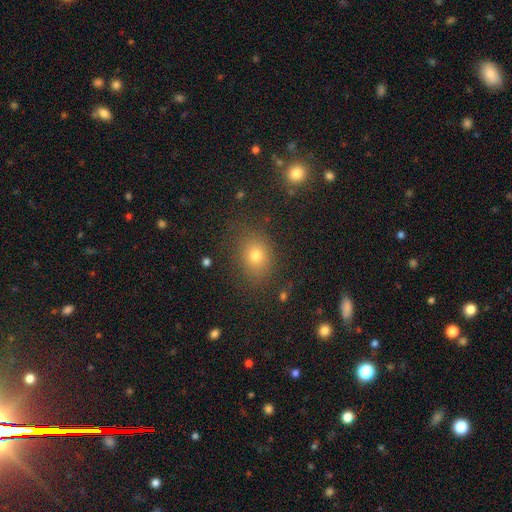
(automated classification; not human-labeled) Q: Smooth or featured?
A: smooth (73%); runner-up: star or artifact (17%)
Q: How rounded?
A: round (51%); runner-up: in between (48%)
Q: Merging?
A: none (81%); runner-up: minor disturbance (12%)